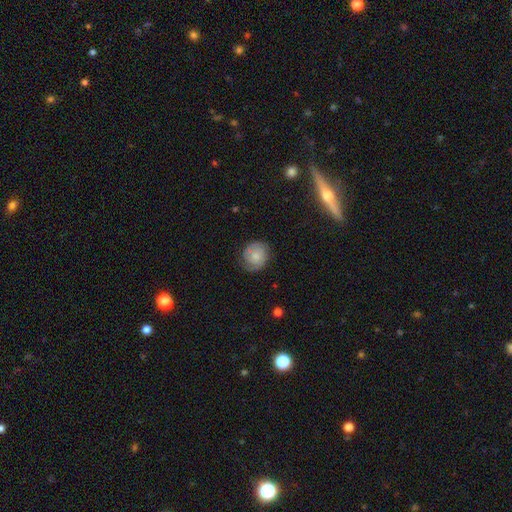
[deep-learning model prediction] smooth-or-featured: smooth: 67% | featured or disk: 25% | star or artifact: 8%
  how-rounded: round: 80% | in between: 19% | cigar-shaped: 1%
  merging: none: 71% | minor disturbance: 22% | major disturbance: 6% | merger: 1%